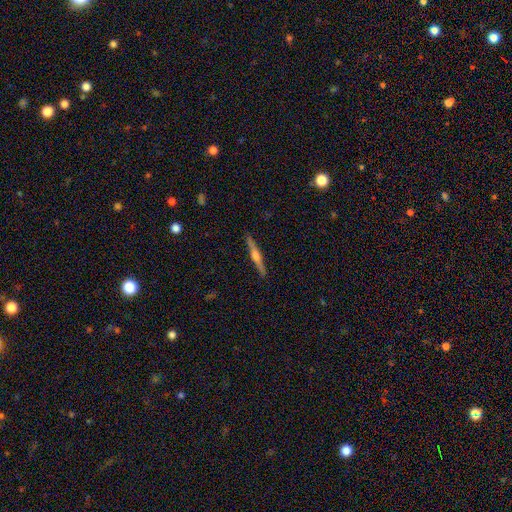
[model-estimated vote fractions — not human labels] Smooth or featured? Predicted: featured or disk (p=0.71). Edge-on disk? Predicted: yes (p=0.98). Edge-on bulge? Predicted: rounded (p=0.82). Merging? Predicted: none (p=0.90).